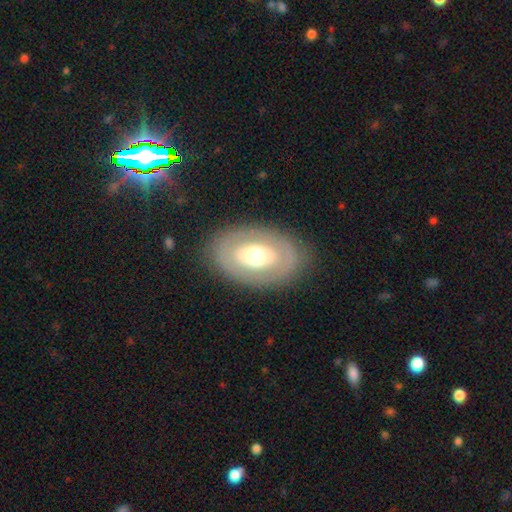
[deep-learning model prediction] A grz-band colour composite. It shows a featured or disk galaxy (49%). Merging: none (83%).